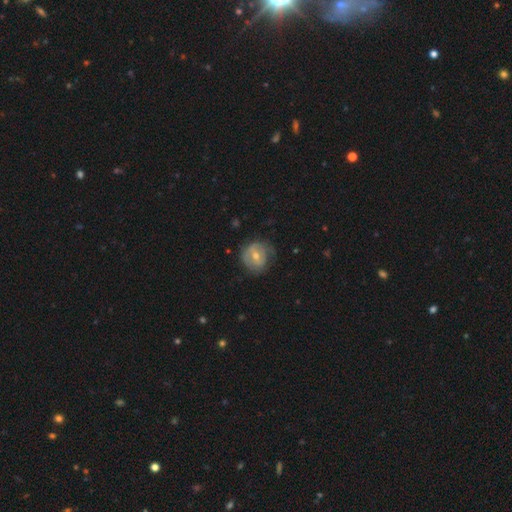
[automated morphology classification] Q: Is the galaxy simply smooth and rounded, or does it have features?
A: featured or disk — 52%.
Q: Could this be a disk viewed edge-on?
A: no — 96%.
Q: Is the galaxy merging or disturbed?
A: none — 61%.